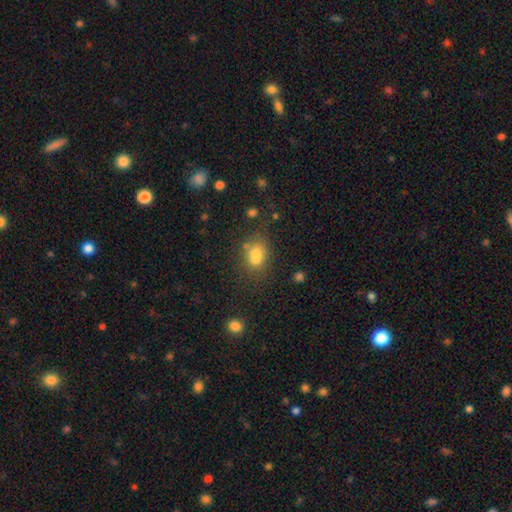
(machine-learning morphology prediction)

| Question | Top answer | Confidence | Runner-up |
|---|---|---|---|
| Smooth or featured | smooth | 76% | star or artifact (13%) |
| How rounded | in between | 67% | round (31%) |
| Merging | none | 51% | merger (22%) |